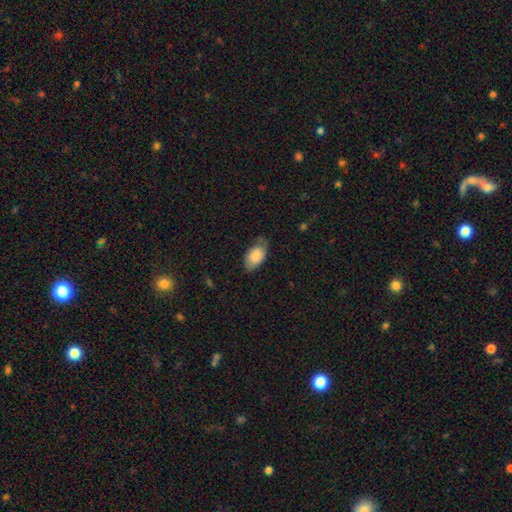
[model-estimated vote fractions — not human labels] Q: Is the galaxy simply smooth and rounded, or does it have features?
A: smooth — 76%.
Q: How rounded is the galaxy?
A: in between — 94%.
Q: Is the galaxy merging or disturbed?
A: none — 56%.